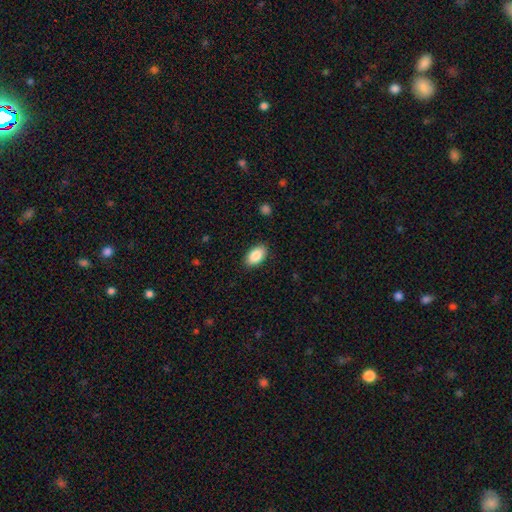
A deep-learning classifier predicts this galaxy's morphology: smooth 88%, star or artifact 7%, featured or disk 5%. Down the decision tree: how rounded — in between (94%); merging — none (88%).